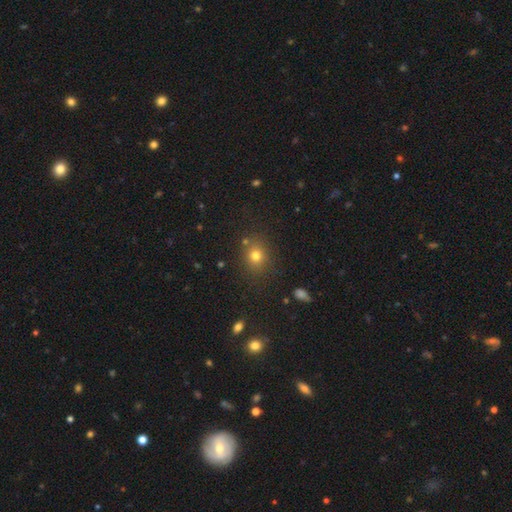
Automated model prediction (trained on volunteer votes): The model was most divided on "how rounded": round: 73%, in between: 26%, cigar-shaped: 1%. More confident: merging — none (82%); smooth or featured — smooth (75%).